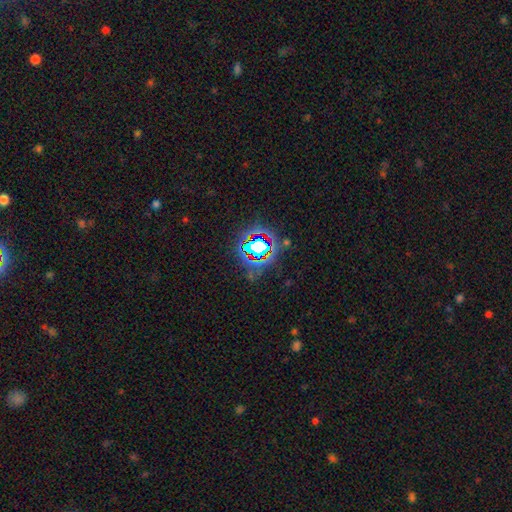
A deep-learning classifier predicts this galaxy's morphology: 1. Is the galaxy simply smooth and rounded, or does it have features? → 76% star or artifact, 14% smooth, 10% featured or disk.